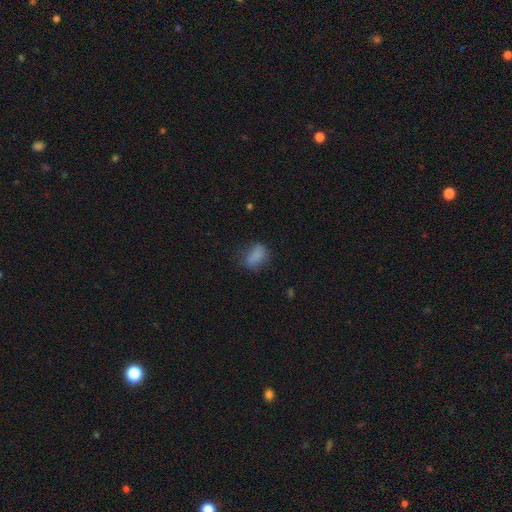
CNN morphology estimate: smooth_or_featured: smooth (p=0.79) [alt: star or artifact p=0.12]
how_rounded: in between (p=0.82) [alt: round p=0.13]
merging: none (p=0.54) [alt: minor disturbance p=0.28]